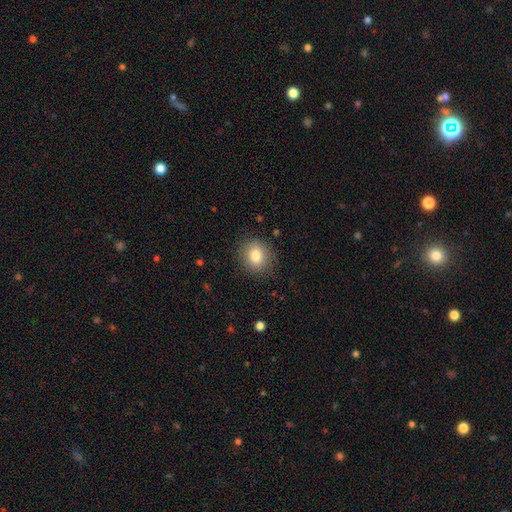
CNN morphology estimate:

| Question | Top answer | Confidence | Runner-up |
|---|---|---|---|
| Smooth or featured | smooth | 80% | star or artifact (10%) |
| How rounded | round | 77% | in between (22%) |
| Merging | none | 86% | minor disturbance (10%) |